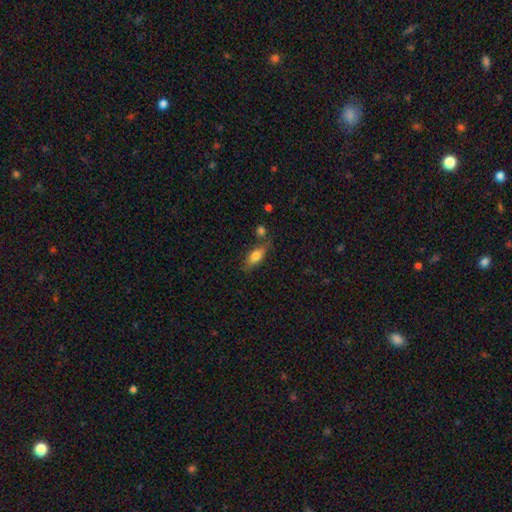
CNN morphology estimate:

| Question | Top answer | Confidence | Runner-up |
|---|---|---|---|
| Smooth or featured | smooth | 69% | featured or disk (23%) |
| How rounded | in between | 69% | cigar-shaped (26%) |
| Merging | none | 65% | minor disturbance (18%) |